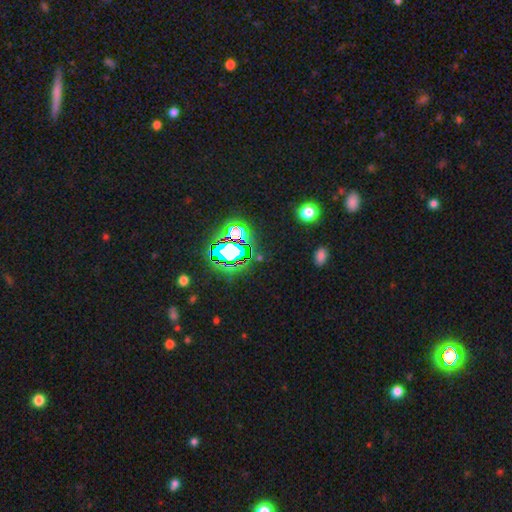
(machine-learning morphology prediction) Overall: star or artifact (74%).